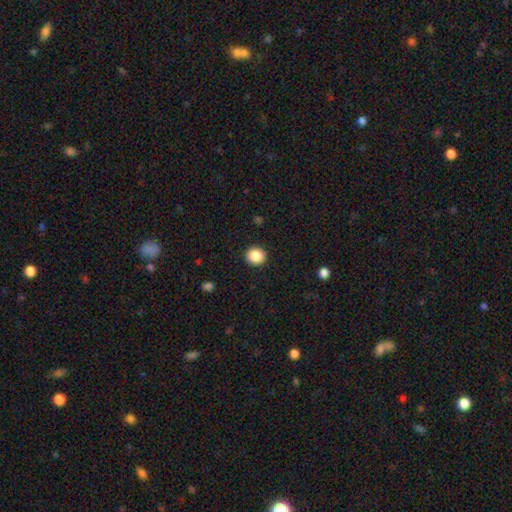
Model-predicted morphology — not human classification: A smooth galaxy with no disk features (87%) that is round (89%). Merging: none (92%).